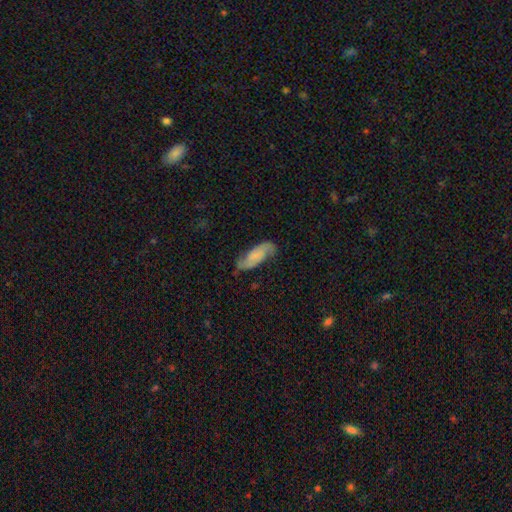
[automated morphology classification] Smooth or featured: featured or disk — 53% (smooth — 39%)
Edge-on disk: no — 90% (yes — 10%)
Merging: none — 72% (minor disturbance — 20%)